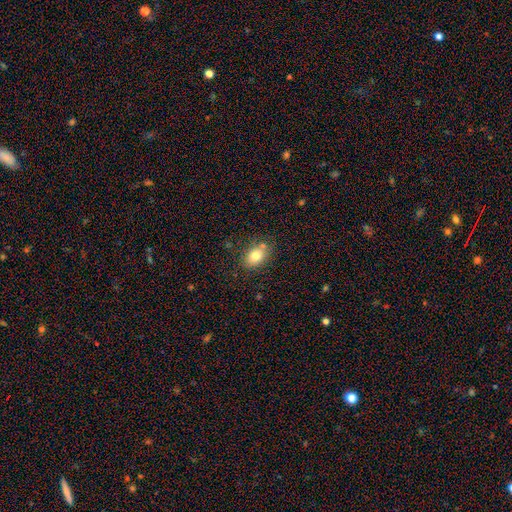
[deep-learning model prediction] Q: Smooth or featured?
A: smooth (78%); runner-up: featured or disk (12%)
Q: How rounded?
A: in between (73%); runner-up: round (26%)
Q: Merging?
A: none (75%); runner-up: minor disturbance (14%)